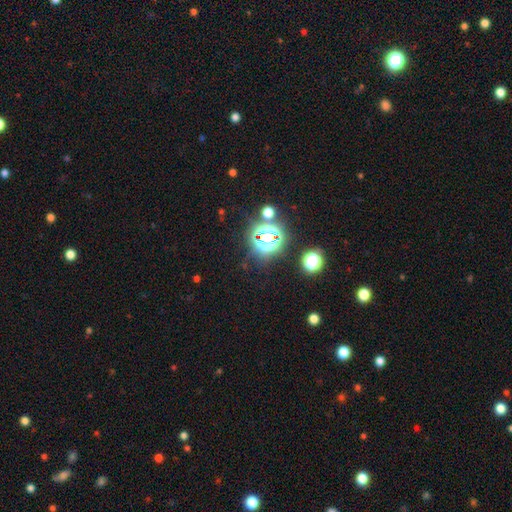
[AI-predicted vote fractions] The model was most divided on "smooth or featured": star or artifact: 79%, smooth: 15%, featured or disk: 6%.